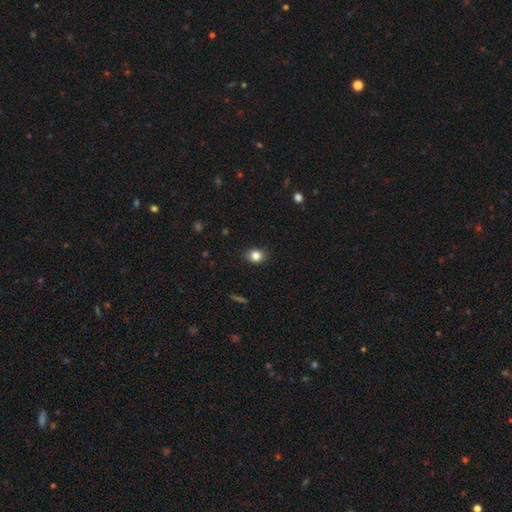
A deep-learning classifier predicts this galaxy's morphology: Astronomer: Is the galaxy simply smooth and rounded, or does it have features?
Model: smooth — 83%.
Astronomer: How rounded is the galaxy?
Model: round — 54% (runner-up: in between, 45%).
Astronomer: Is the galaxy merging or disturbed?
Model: none — 89%.